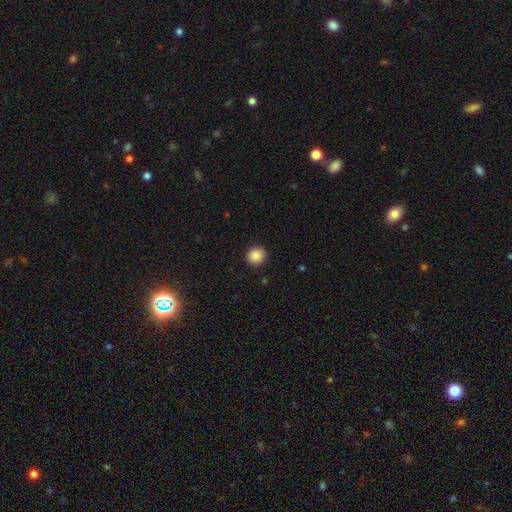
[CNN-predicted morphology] smooth_or_featured: smooth (p=0.88) [alt: star or artifact p=0.09]
how_rounded: round (p=0.89) [alt: in between p=0.11]
merging: none (p=0.91) [alt: minor disturbance p=0.06]